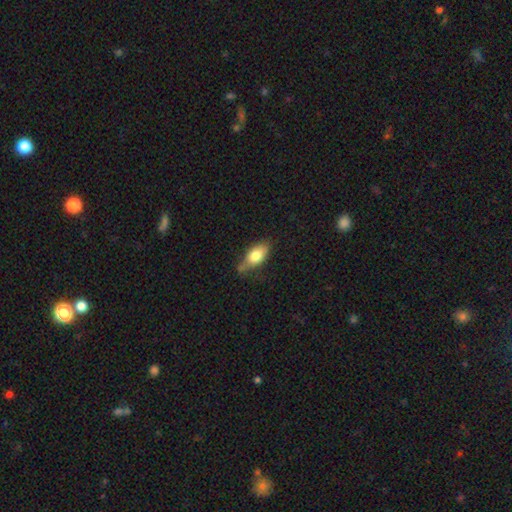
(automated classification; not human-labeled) smooth 73%, featured or disk 20%, star or artifact 7%. Down the decision tree: how rounded — in between (84%); merging — none (55%).